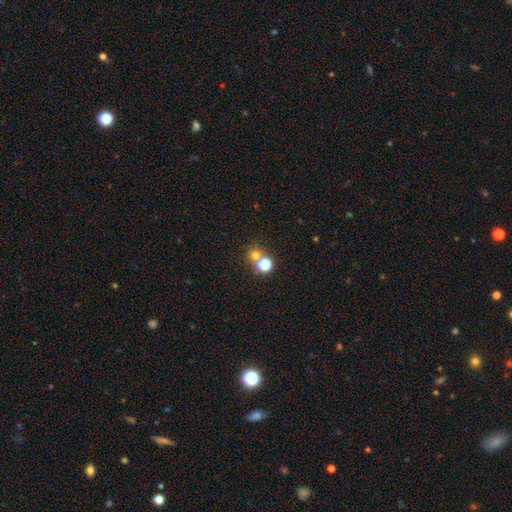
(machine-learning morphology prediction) smooth 68%, star or artifact 24%, featured or disk 9%. Down the decision tree: how rounded — round (87%); merging — none (57%).